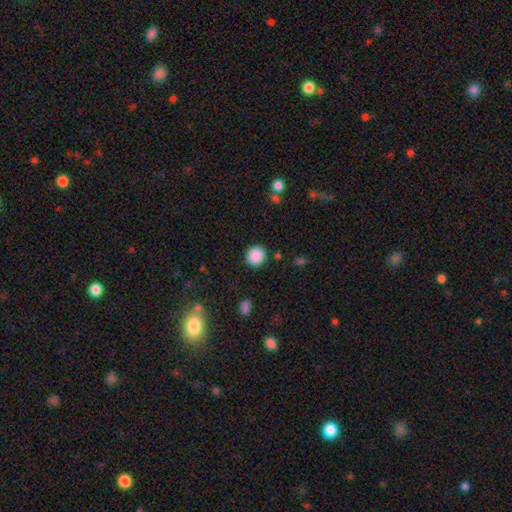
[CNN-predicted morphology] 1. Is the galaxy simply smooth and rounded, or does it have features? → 88% smooth, 9% star or artifact, 3% featured or disk.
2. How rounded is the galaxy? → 93% round, 6% in between, 1% cigar-shaped.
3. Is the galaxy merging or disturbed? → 90% none, 6% minor disturbance, 2% major disturbance, 2% merger.